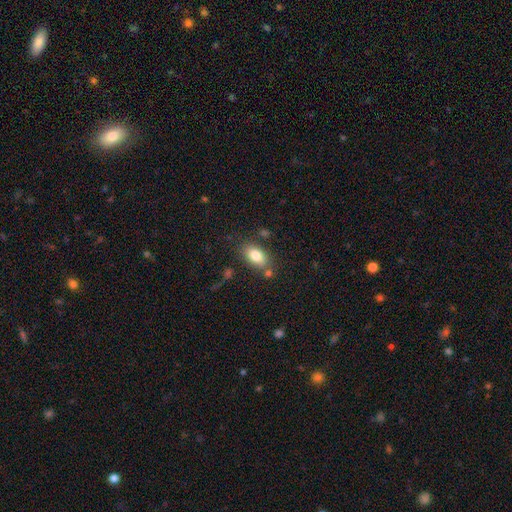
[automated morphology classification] This is clearly a smooth galaxy (82%). How rounded: clearly in between (89%). Merging: likely none (74%).